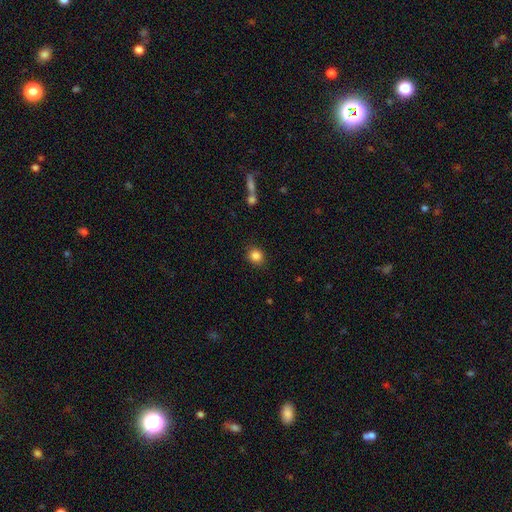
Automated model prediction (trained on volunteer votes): This appears to be a smooth galaxy with no disk features (85%) that is round (82%). Merging: none (88%).